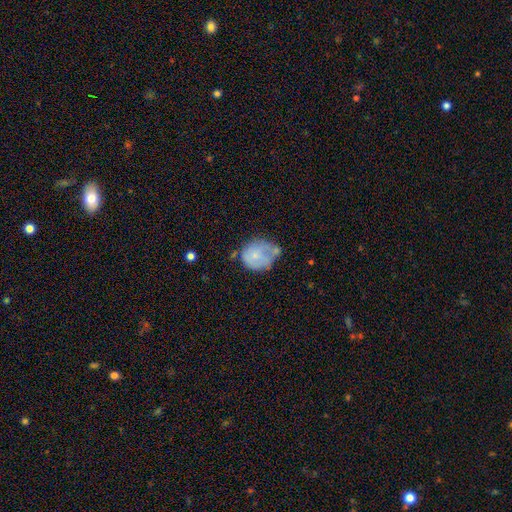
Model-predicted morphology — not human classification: smooth 62%, featured or disk 30%, star or artifact 8%. Down the decision tree: how rounded — round (65%); merging — none (36%).